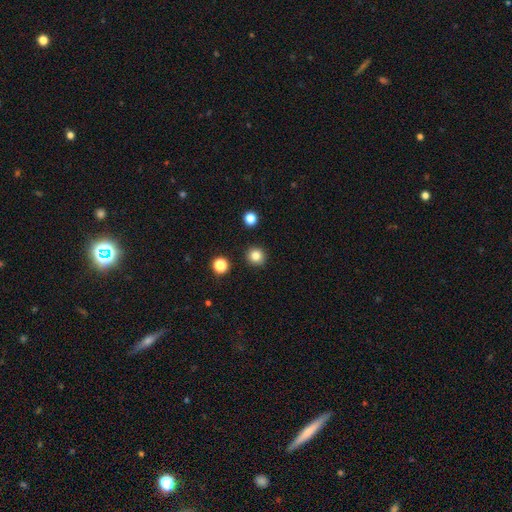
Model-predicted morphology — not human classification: Q: Smooth or featured?
A: smooth (83%); runner-up: star or artifact (12%)
Q: How rounded?
A: round (93%); runner-up: in between (6%)
Q: Merging?
A: none (91%); runner-up: minor disturbance (5%)